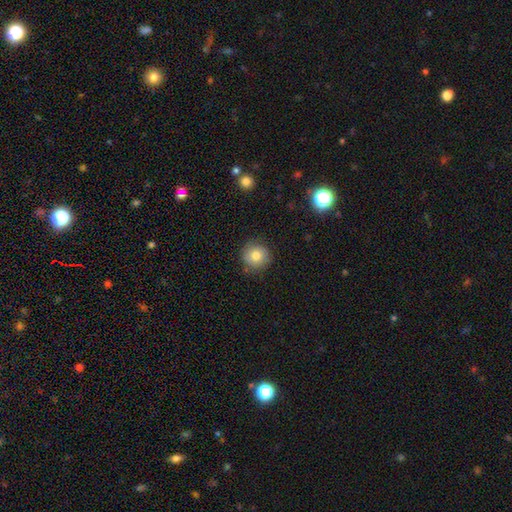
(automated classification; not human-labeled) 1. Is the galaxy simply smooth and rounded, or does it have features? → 79% smooth, 11% featured or disk, 10% star or artifact.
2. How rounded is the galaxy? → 92% round, 7% in between, 1% cigar-shaped.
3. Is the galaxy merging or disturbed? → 84% none, 12% minor disturbance, 3% major disturbance, 2% merger.